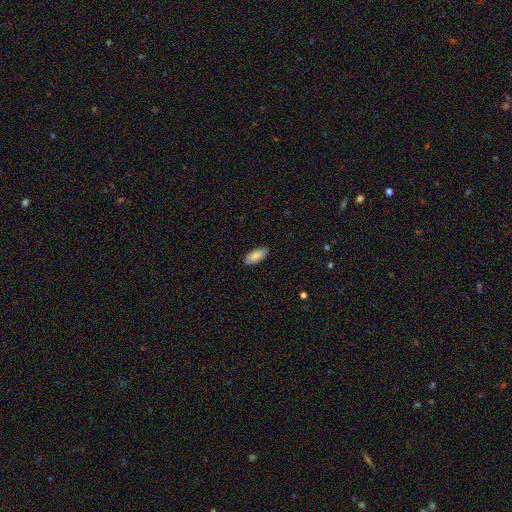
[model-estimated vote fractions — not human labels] This appears to be a smooth galaxy with no disk features (88%) that is in between round and cigar-shaped (88%). Merging: none (88%).